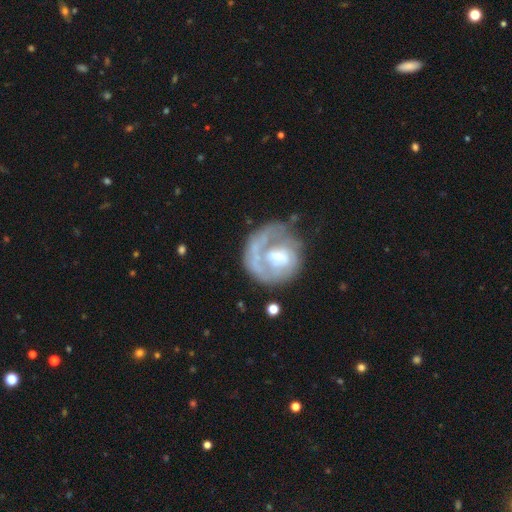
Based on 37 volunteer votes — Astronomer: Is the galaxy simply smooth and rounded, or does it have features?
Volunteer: featured or disk — 81%.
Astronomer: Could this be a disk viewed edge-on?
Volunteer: no — 100%.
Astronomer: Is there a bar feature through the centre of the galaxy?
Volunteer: no — 63%.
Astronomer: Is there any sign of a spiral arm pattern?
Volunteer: yes — 77%.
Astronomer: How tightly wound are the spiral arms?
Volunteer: tight — 65%.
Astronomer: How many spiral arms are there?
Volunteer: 1 — 52%.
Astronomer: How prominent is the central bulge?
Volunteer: moderate — 57%.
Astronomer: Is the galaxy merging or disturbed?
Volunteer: none — 81%.